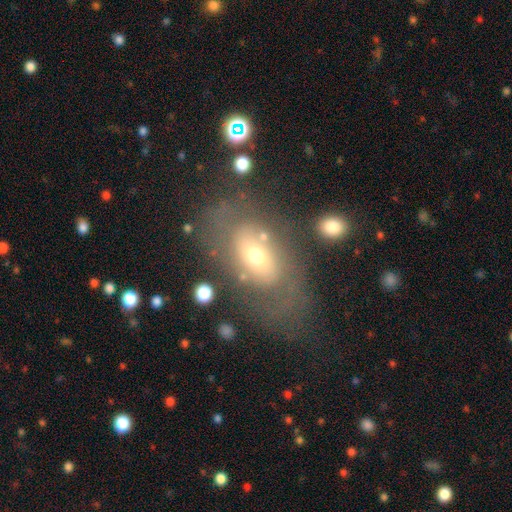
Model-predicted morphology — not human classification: Smooth or featured? featured or disk (61%)
Edge-on disk? no (92%)
Bar? no (73%)
Spiral arms? yes (57%)
Bulge size? moderate (51%)
Merging? none (62%)